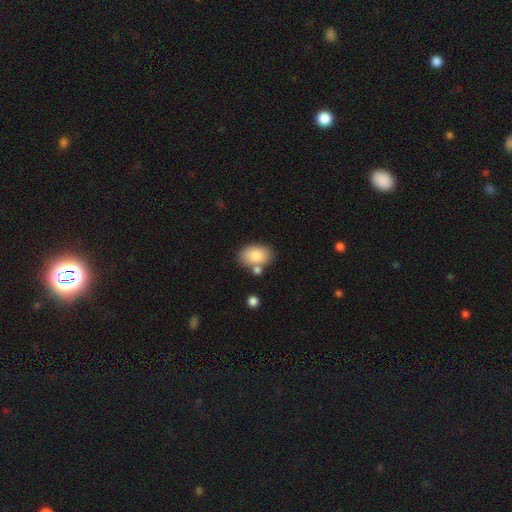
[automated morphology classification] A smooth galaxy with no disk features (83%) that is in between round and cigar-shaped (86%).

Vote fractions:
- Smooth or featured? smooth: 83% / featured or disk: 10% / star or artifact: 7%
- How rounded? in between: 86% / round: 13% / cigar-shaped: 1%
- Merging? none: 69% / merger: 14% / minor disturbance: 13% / major disturbance: 3%